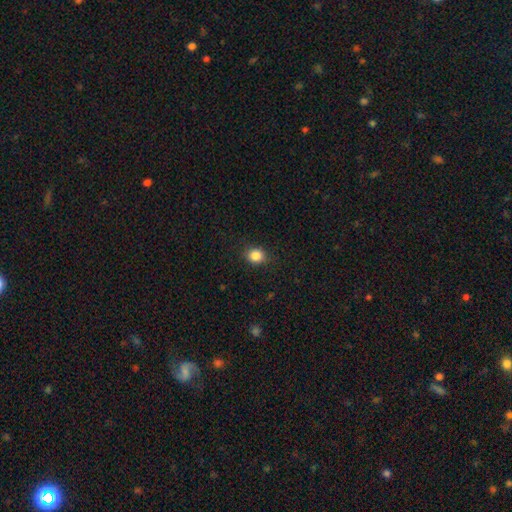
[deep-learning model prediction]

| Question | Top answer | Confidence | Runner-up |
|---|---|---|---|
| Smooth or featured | smooth | 85% | star or artifact (10%) |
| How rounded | round | 69% | in between (30%) |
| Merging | none | 85% | minor disturbance (11%) |